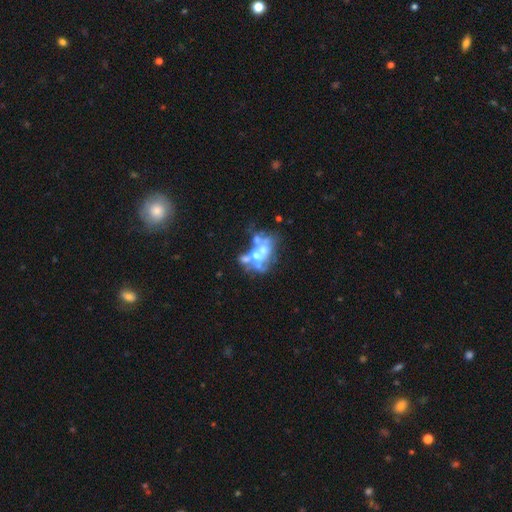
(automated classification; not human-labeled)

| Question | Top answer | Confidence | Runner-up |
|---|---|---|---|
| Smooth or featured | featured or disk | 66% | smooth (19%) |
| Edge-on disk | no | 95% | yes (5%) |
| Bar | no | 90% | weak (6%) |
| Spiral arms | no | 93% | yes (7%) |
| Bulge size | moderate | 52% | none (18%) |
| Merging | merger | 50% | major disturbance (21%) |